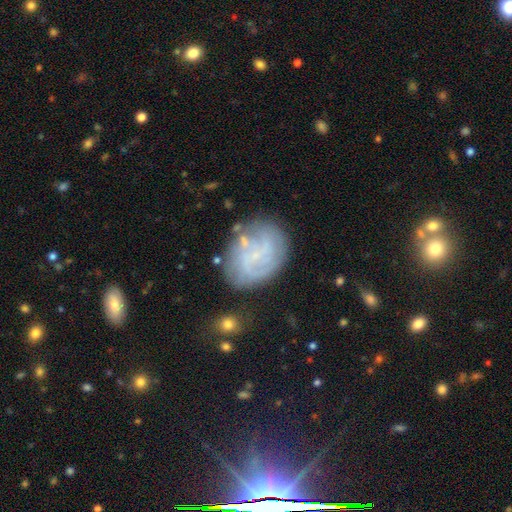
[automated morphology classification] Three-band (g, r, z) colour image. It shows a featured or disk galaxy (68%) with no bar (61%), tight (47%) spiral arms (82%) and a small central bulge (64%). Merging: none (69%).